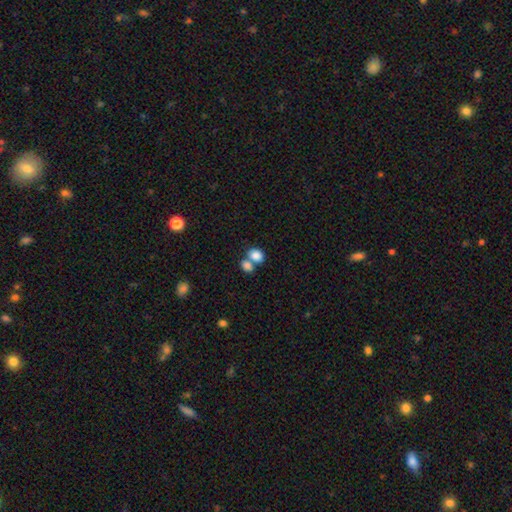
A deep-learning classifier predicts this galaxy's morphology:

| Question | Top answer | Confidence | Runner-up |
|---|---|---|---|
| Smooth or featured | smooth | 84% | star or artifact (9%) |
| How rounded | in between | 63% | round (36%) |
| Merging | merger | 51% | none (37%) |